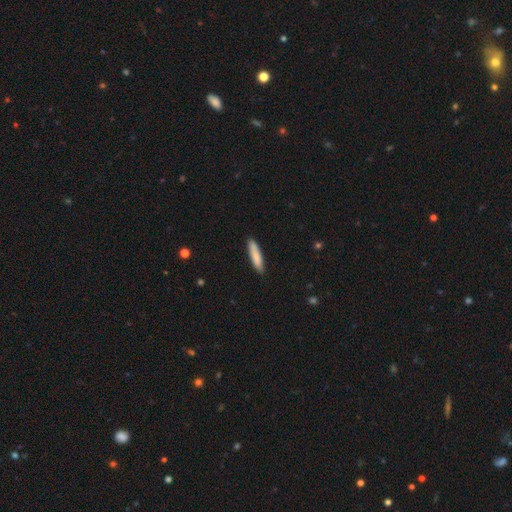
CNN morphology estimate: Smooth or featured? smooth (84%)
How rounded? cigar-shaped (83%)
Merging? none (88%)